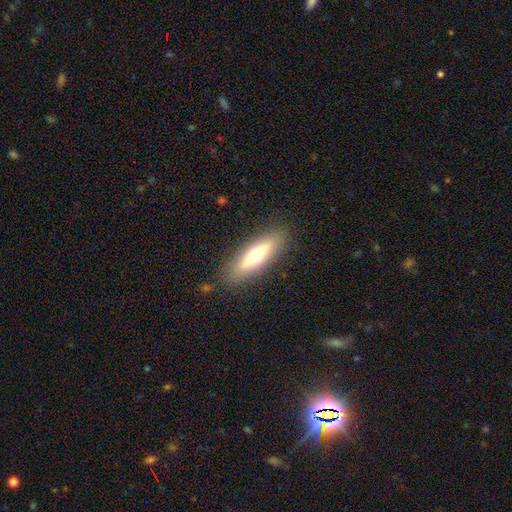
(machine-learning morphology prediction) Q: Smooth or featured?
A: smooth (52%); runner-up: featured or disk (42%)
Q: How rounded?
A: cigar-shaped (61%); runner-up: in between (37%)
Q: Merging?
A: none (87%); runner-up: minor disturbance (9%)